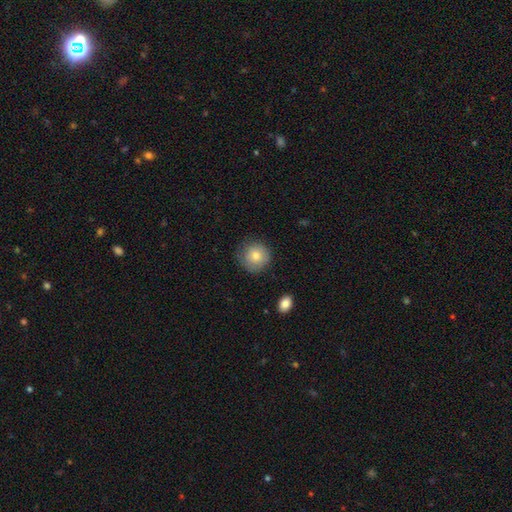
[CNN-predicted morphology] smooth-or-featured: smooth: 79% | featured or disk: 13% | star or artifact: 8%
  how-rounded: round: 93% | in between: 7% | cigar-shaped: 1%
  merging: none: 79% | minor disturbance: 16% | major disturbance: 4% | merger: 1%